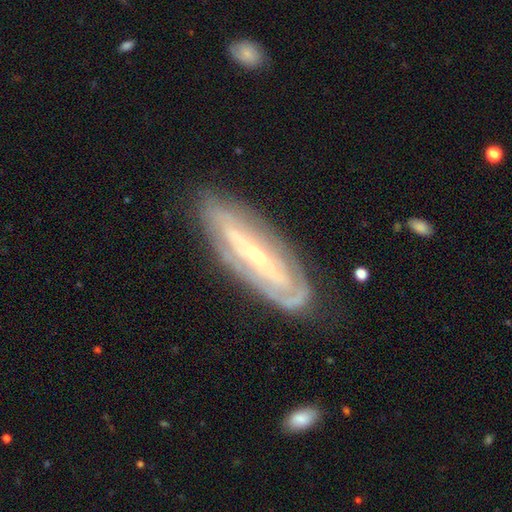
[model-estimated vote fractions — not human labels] The model was most divided on "bar": no: 43%, strong: 30%, weak: 27%. Remaining: smooth or featured — featured or disk (80%); spiral arms — yes (80%); edge-on disk — no (79%); merging — none (77%); spiral winding — tight (68%); bulge size — small (64%); spiral arm count — can't tell (50%).